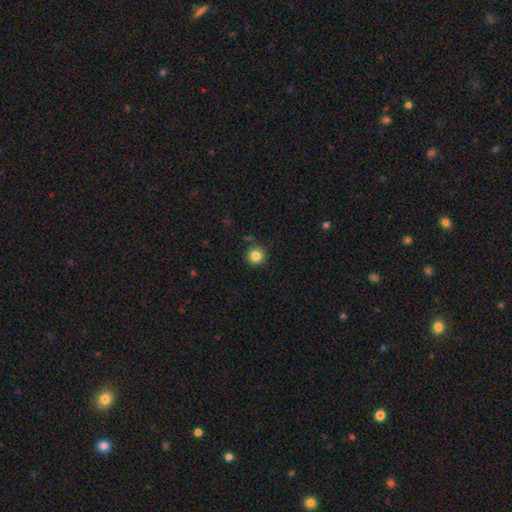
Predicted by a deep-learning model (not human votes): This appears to be a smooth galaxy with no disk features (84%) that is round (95%). Merging: none (89%).